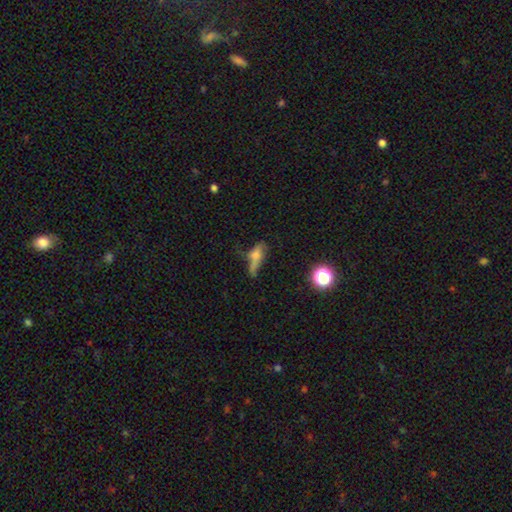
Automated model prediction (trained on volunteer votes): Morphology: type=smooth (50%); roundness=in between (50%); merging=none (35%).